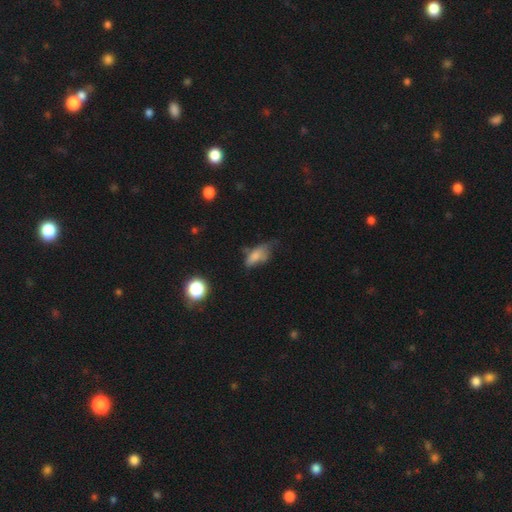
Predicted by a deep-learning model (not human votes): Smooth or featured?
  - smooth: 68% *
  - featured or disk: 20%
  - star or artifact: 12%
How rounded?
  - in between: 83% *
  - cigar-shaped: 12%
  - round: 5%
Merging?
  - minor disturbance: 36% *
  - none: 30%
  - major disturbance: 28%
  - merger: 6%